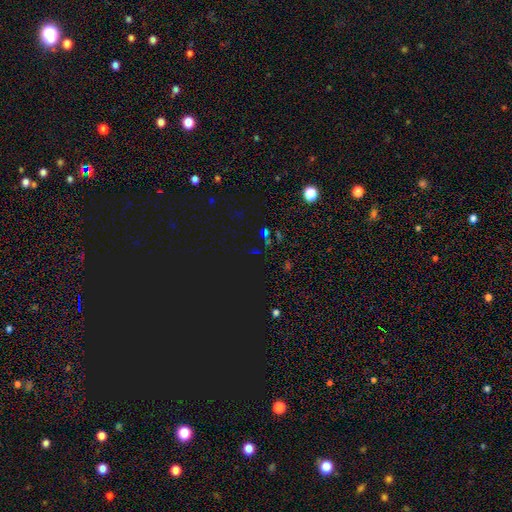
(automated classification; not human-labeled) A star or artifact, not a galaxy (74%).

Vote fractions:
- Smooth or featured? star or artifact: 74% / smooth: 17% / featured or disk: 9%